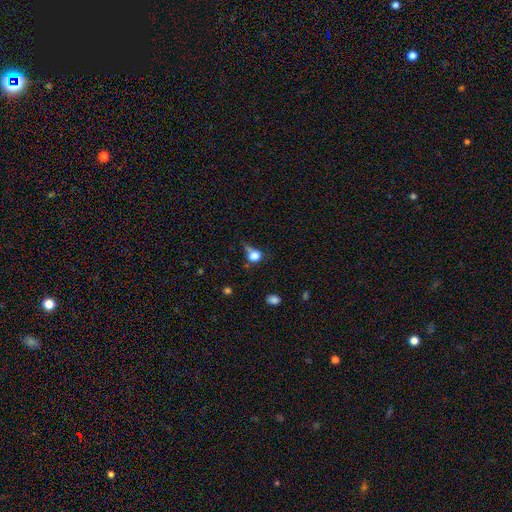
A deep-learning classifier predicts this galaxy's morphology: Smooth or featured: smooth — 74% (star or artifact — 15%)
How rounded: round — 63% (in between — 34%)
Merging: none — 38% (minor disturbance — 28%)